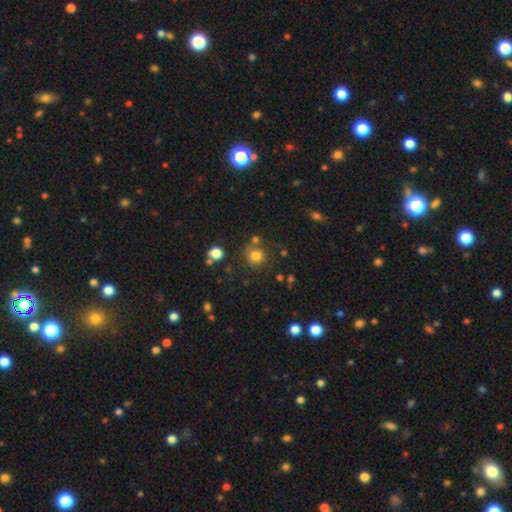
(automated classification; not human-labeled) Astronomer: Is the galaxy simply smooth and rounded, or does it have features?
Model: smooth — 77%.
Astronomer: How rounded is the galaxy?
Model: round — 88%.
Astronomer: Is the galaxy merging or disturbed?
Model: none — 69%.